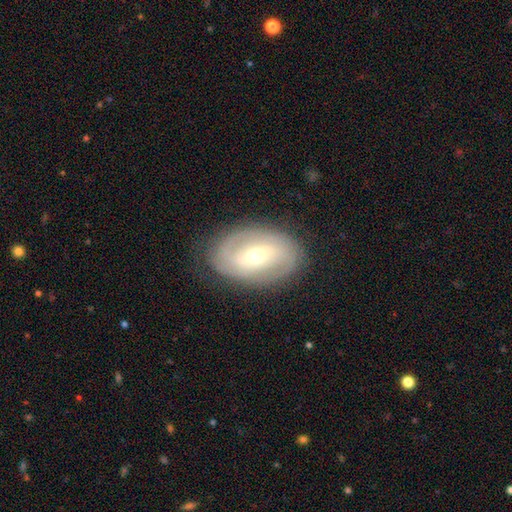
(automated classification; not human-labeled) Smooth or featured? Predicted: featured or disk (p=0.76). Edge-on disk? Predicted: no (p=0.95). Bar? Predicted: weak (p=0.46). Spiral arms? Predicted: yes (p=0.82). Spiral winding? Predicted: tight (p=0.50). Spiral arm count? Predicted: 2 (p=0.67). Bulge size? Predicted: moderate (p=0.53). Merging? Predicted: none (p=0.82).